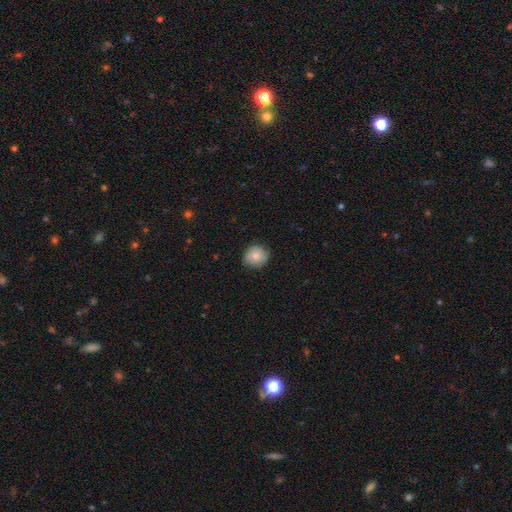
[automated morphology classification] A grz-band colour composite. It shows a smooth galaxy with no disk features (80%) that is round (88%). Merging: none (83%).